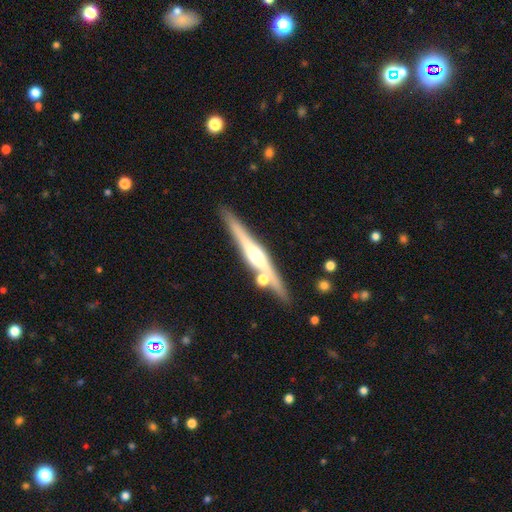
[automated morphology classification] Overall: featured or disk (75%). Edge-on disk: yes (97%). Edge-on bulge: rounded (87%). Merging: none (81%).